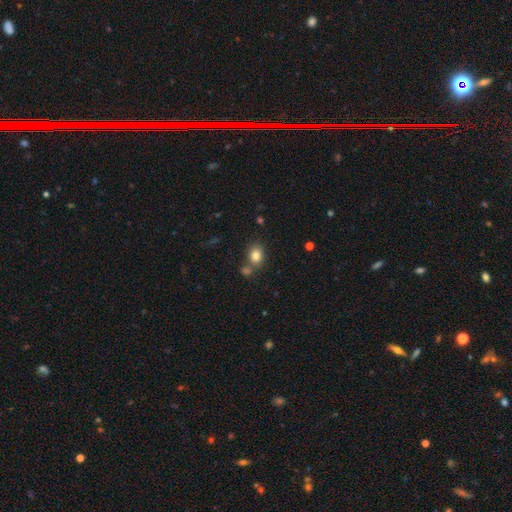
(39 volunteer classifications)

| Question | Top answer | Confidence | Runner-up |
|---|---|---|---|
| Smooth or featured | smooth | 79% | featured or disk (15%) |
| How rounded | round | 58% | in between (42%) |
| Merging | none | 65% | merger (24%) |